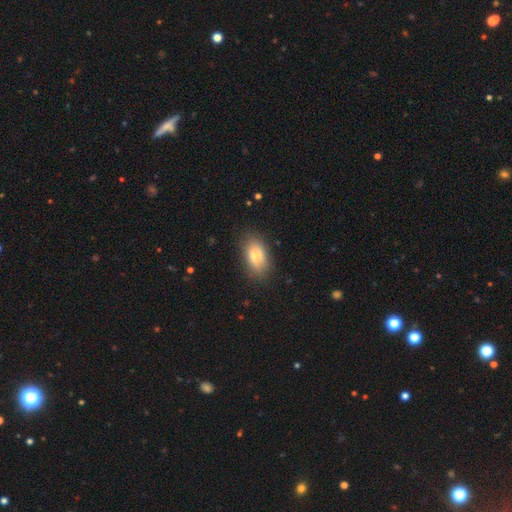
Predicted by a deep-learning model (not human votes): Smooth or featured: smooth — 78% (featured or disk — 14%)
How rounded: in between — 91% (round — 5%)
Merging: none — 72% (minor disturbance — 20%)